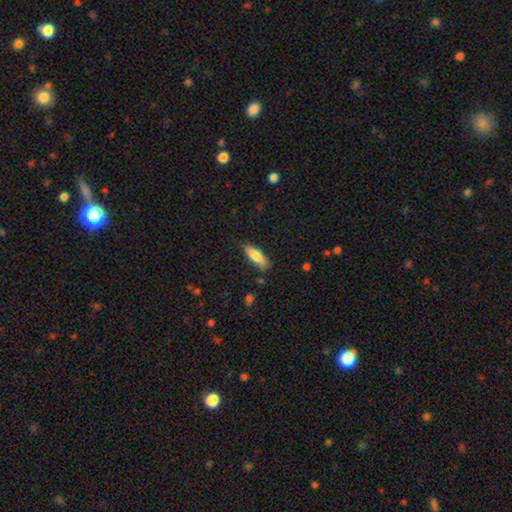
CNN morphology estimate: type=smooth (81%); roundness=in between (58%); merging=none (77%).